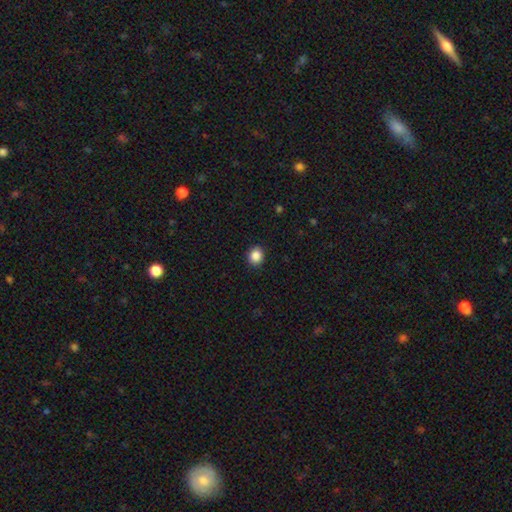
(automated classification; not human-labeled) smooth-or-featured: smooth: 86% | star or artifact: 10% | featured or disk: 4%
  how-rounded: round: 81% | in between: 18% | cigar-shaped: 1%
  merging: none: 91% | minor disturbance: 6% | major disturbance: 2% | merger: 1%